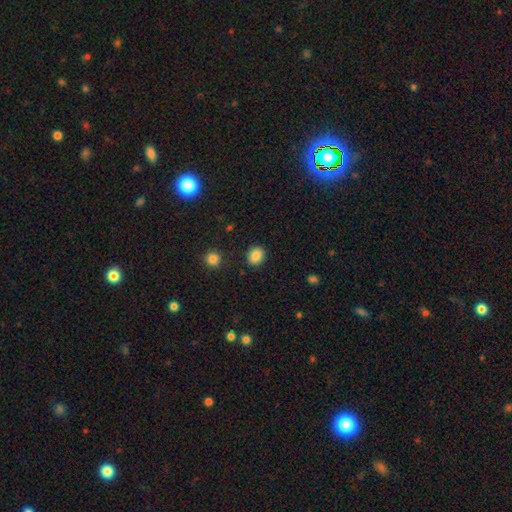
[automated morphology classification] smooth_or_featured: smooth (p=0.87) [alt: star or artifact p=0.09]
how_rounded: round (p=0.64) [alt: in between p=0.35]
merging: none (p=0.88) [alt: minor disturbance p=0.07]